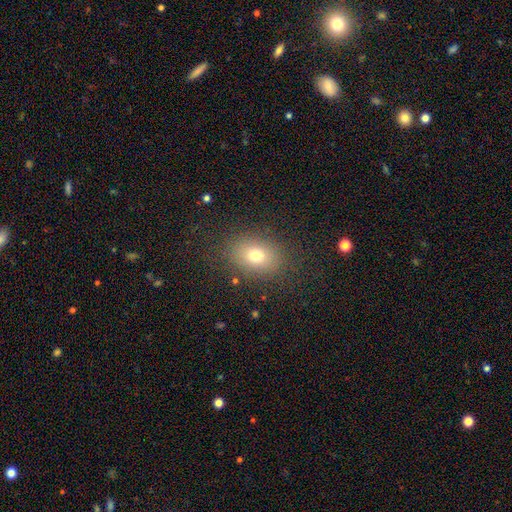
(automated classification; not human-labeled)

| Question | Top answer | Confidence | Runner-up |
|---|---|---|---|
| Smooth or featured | smooth | 75% | star or artifact (13%) |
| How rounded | in between | 69% | round (30%) |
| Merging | none | 84% | minor disturbance (10%) |